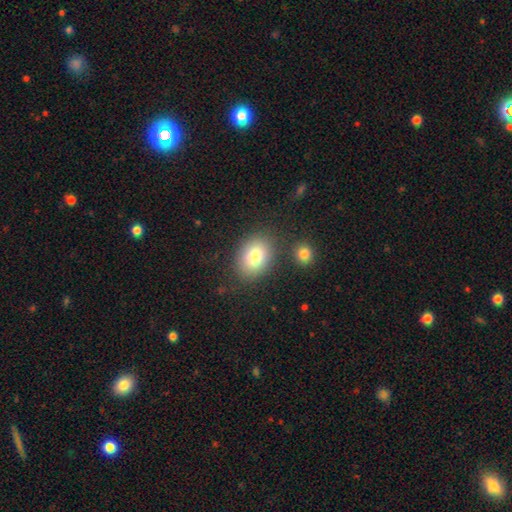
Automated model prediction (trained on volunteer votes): smooth-or-featured: smooth: 80% | featured or disk: 10% | star or artifact: 10%
  how-rounded: in between: 66% | round: 33% | cigar-shaped: 1%
  merging: none: 81% | minor disturbance: 10% | merger: 6% | major disturbance: 3%